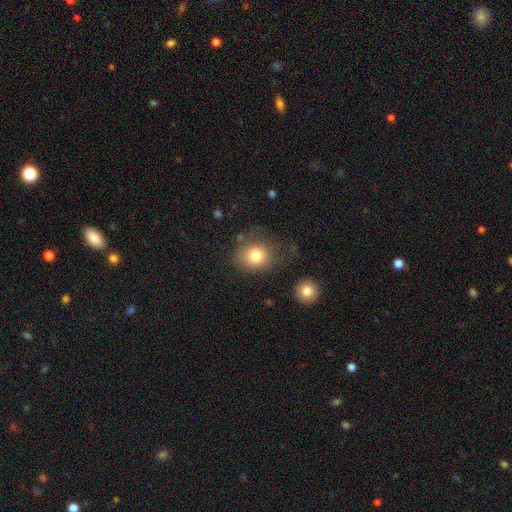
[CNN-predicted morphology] smooth 78%, featured or disk 11%, star or artifact 11%. Down the decision tree: how rounded — round (69%); merging — none (66%).